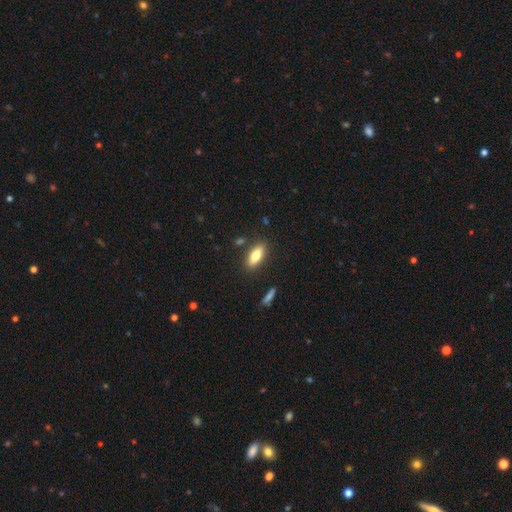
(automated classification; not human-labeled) Smooth or featured? smooth (76%)
How rounded? in between (73%)
Merging? none (85%)